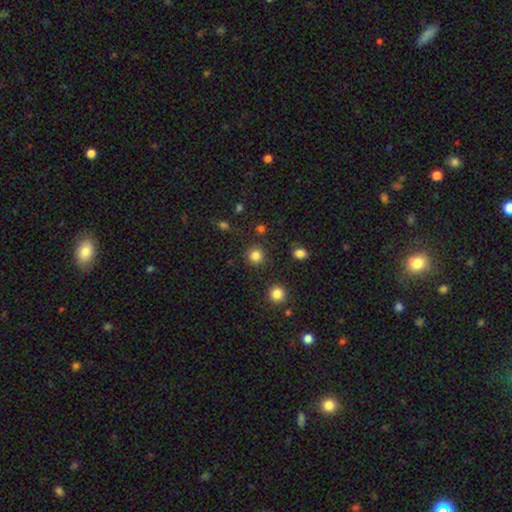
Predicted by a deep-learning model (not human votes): Smooth or featured? Predicted: smooth (p=0.83). How rounded? Predicted: round (p=0.93). Merging? Predicted: none (p=0.88).